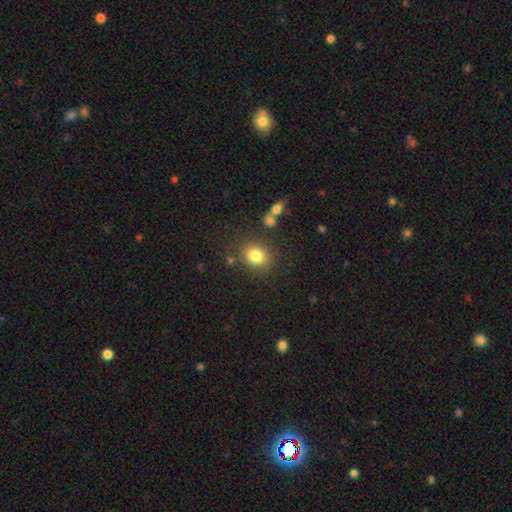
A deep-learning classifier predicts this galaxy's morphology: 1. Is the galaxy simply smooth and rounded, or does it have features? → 81% smooth, 11% star or artifact, 8% featured or disk.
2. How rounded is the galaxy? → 59% round, 40% in between, 1% cigar-shaped.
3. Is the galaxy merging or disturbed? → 80% none, 11% minor disturbance, 6% merger, 4% major disturbance.